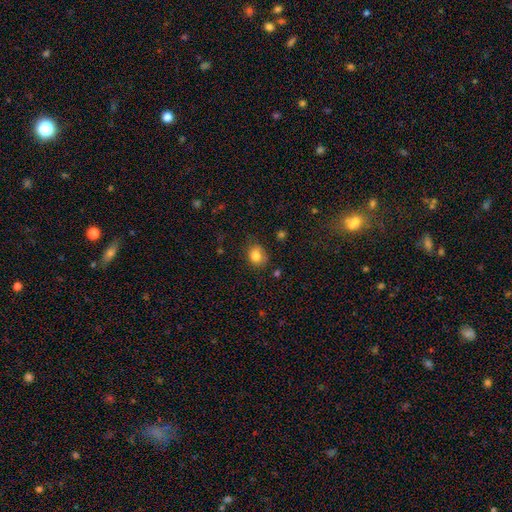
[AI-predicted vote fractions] Q: Smooth or featured?
A: smooth (82%); runner-up: star or artifact (11%)
Q: How rounded?
A: round (60%); runner-up: in between (39%)
Q: Merging?
A: none (65%); runner-up: minor disturbance (25%)